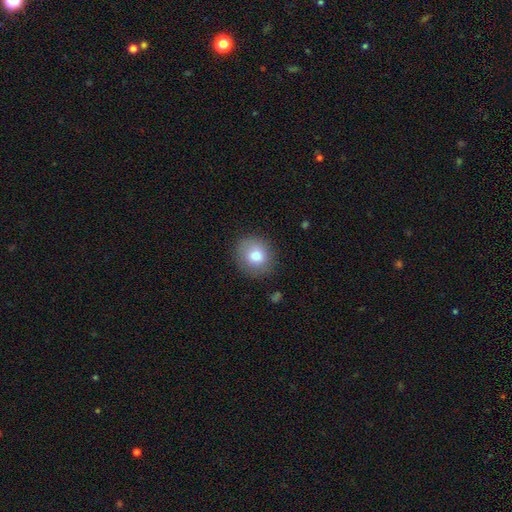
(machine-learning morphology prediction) Smooth or featured: smooth — 80% (featured or disk — 11%)
How rounded: round — 78% (in between — 21%)
Merging: none — 84% (minor disturbance — 11%)